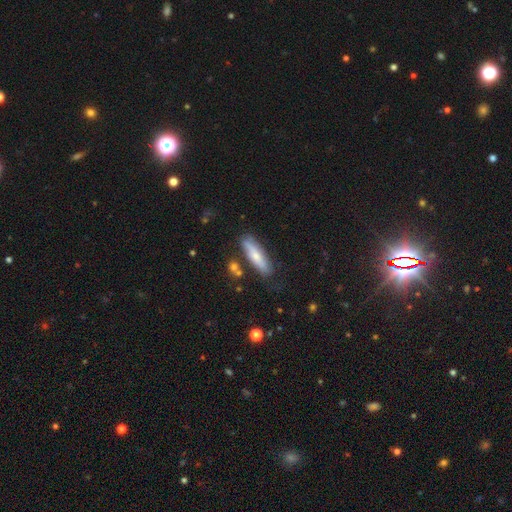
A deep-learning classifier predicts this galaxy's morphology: This appears to be a smooth galaxy with no disk features (56%) that is cigar-shaped (66%). Merging: none (72%).